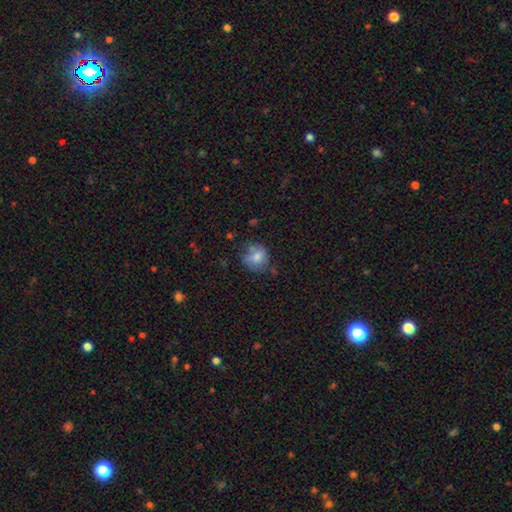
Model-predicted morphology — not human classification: A smooth galaxy with no disk features (74%) that is round (73%).

Vote fractions:
- Smooth or featured? smooth: 74% / featured or disk: 16% / star or artifact: 10%
- How rounded? round: 73% / in between: 26% / cigar-shaped: 1%
- Merging? none: 60% / minor disturbance: 24% / major disturbance: 8% / merger: 7%